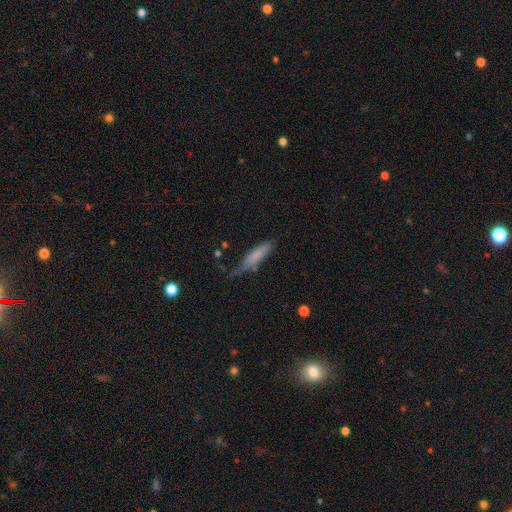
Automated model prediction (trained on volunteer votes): Smooth or featured? Predicted: smooth (p=0.72). How rounded? Predicted: cigar-shaped (p=0.77). Merging? Predicted: none (p=0.54).